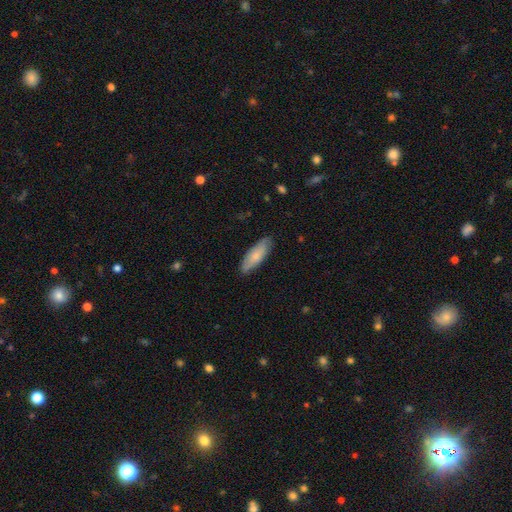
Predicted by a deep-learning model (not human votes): This is likely a smooth galaxy (73%). How rounded: possibly in between (59%). Merging: clearly none (84%).